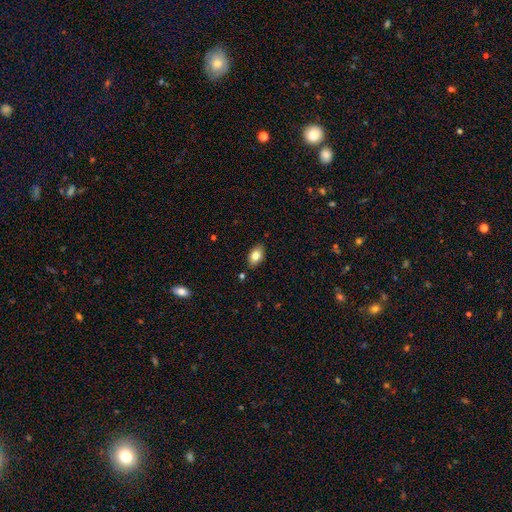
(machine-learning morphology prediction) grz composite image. It shows a smooth galaxy with no disk features (80%) that is in between round and cigar-shaped (89%). Merging: none (84%).